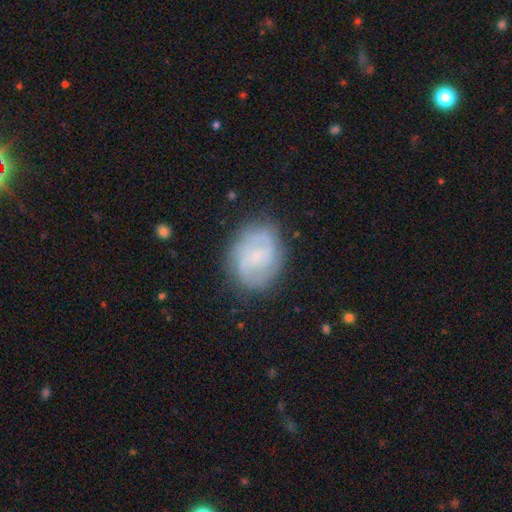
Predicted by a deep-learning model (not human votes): A featured or disk galaxy (64%) with a weak bar (47%), 2 (63%) medium (45%) spiral arms (86%) and a small central bulge (55%). Merging: none (76%).